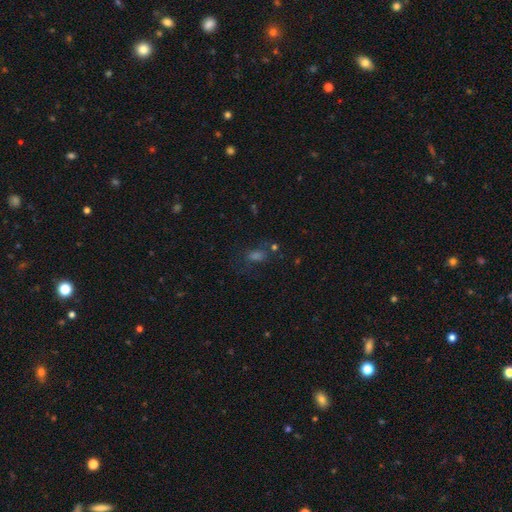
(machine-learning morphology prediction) smooth_or_featured: smooth (p=0.49) [alt: star or artifact p=0.36]
merging: none (p=0.61) [alt: minor disturbance p=0.18]